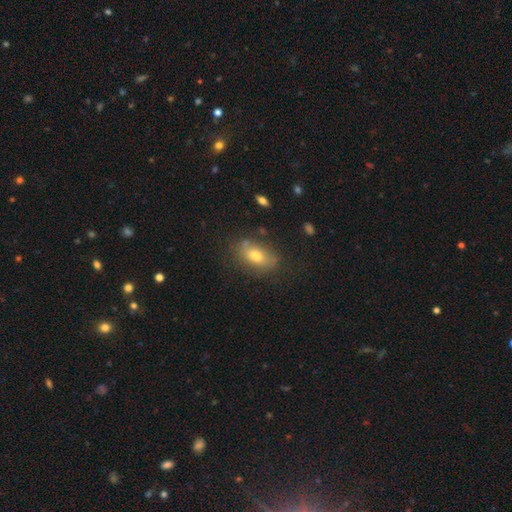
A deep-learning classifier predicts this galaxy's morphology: Smooth or featured: smooth — 70% (featured or disk — 20%)
How rounded: in between — 85% (round — 11%)
Merging: none — 72% (minor disturbance — 19%)